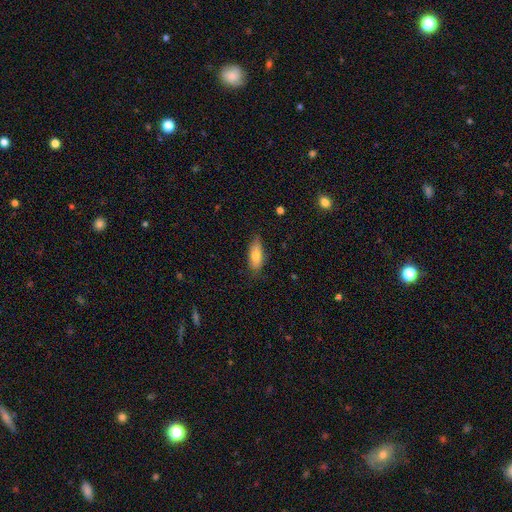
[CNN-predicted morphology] Smooth or featured? Predicted: smooth (p=0.76). How rounded? Predicted: in between (p=0.76). Merging? Predicted: none (p=0.74).